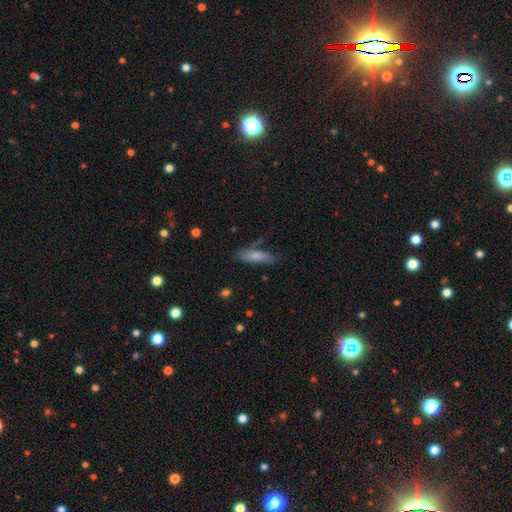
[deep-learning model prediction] Smooth or featured? smooth (76%)
How rounded? cigar-shaped (56%)
Merging? none (65%)